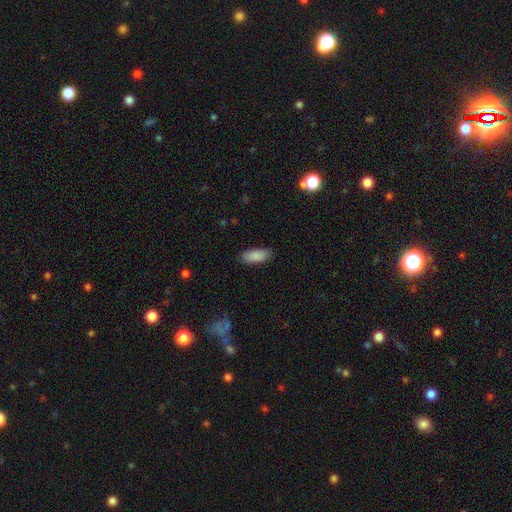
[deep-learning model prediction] Morphology: type=smooth (89%); roundness=in between (81%); merging=none (87%).